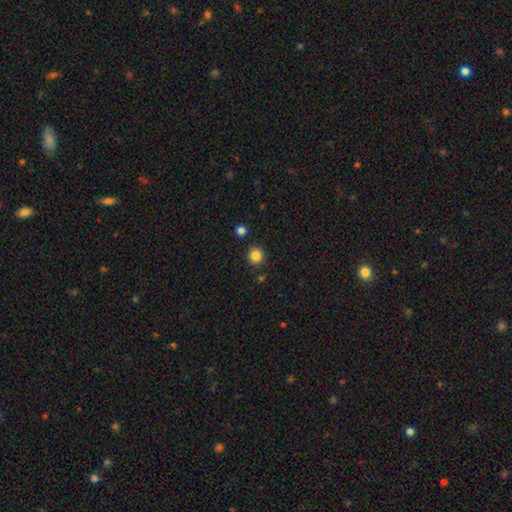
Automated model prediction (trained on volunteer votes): smooth_or_featured: smooth (p=0.85) [alt: star or artifact p=0.11]
how_rounded: round (p=0.93) [alt: in between p=0.06]
merging: none (p=0.89) [alt: minor disturbance p=0.06]